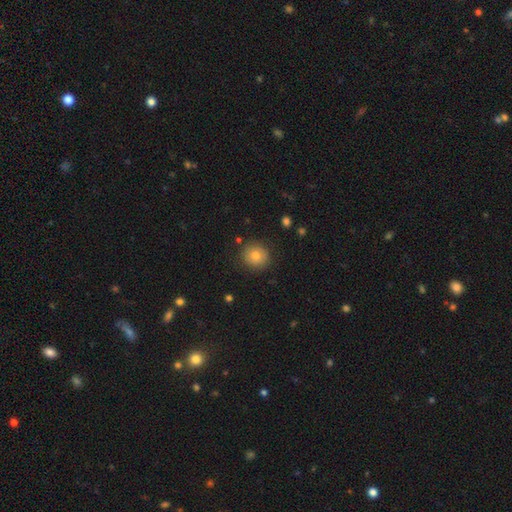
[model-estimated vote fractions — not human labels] The model was most divided on "smooth or featured": smooth: 76%, featured or disk: 13%, star or artifact: 11%. More confident: how rounded — round (90%); merging — none (87%).